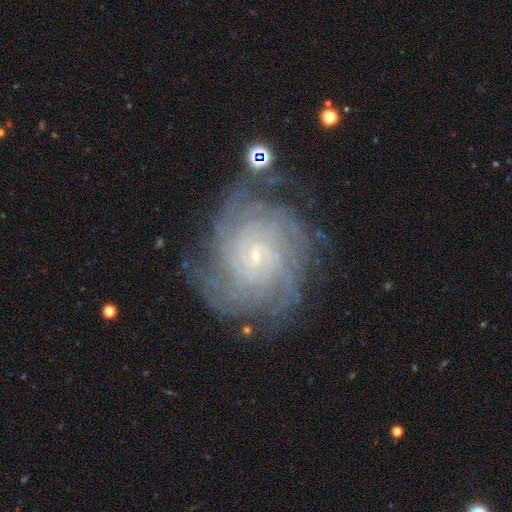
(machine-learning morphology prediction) Smooth or featured? featured or disk (87%)
Edge-on disk? no (98%)
Bar? no (68%)
Spiral arms? yes (98%)
Spiral winding? tight (82%)
Spiral arm count? more than 4 (30%)
Bulge size? small (87%)
Merging? none (76%)